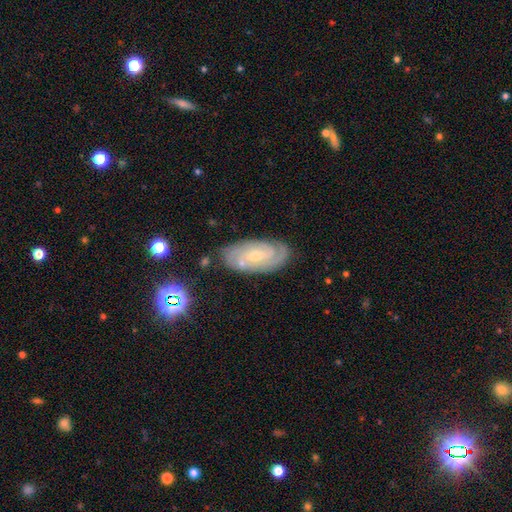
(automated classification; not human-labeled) Smooth or featured? featured or disk (80%)
Edge-on disk? no (94%)
Bar? no (45%)
Spiral arms? yes (95%)
Spiral winding? tight (66%)
Spiral arm count? 2 (43%)
Bulge size? small (62%)
Merging? none (75%)